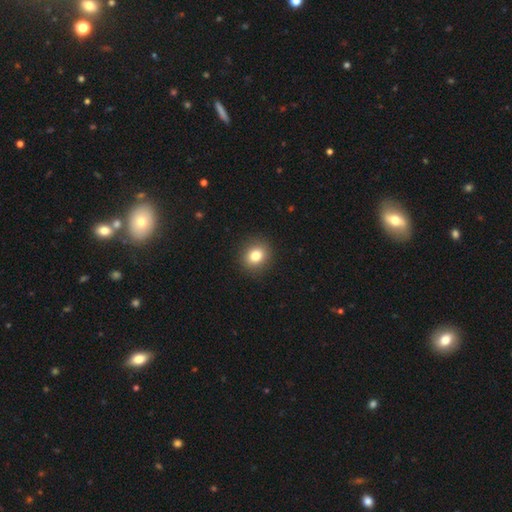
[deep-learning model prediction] Smooth or featured? Predicted: smooth (p=0.82). How rounded? Predicted: round (p=0.71). Merging? Predicted: none (p=0.91).